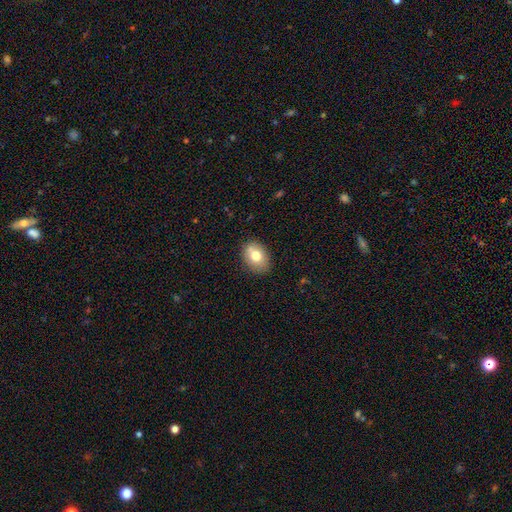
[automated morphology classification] Smooth or featured: smooth — 75% (featured or disk — 16%)
How rounded: in between — 71% (round — 28%)
Merging: none — 80% (minor disturbance — 15%)